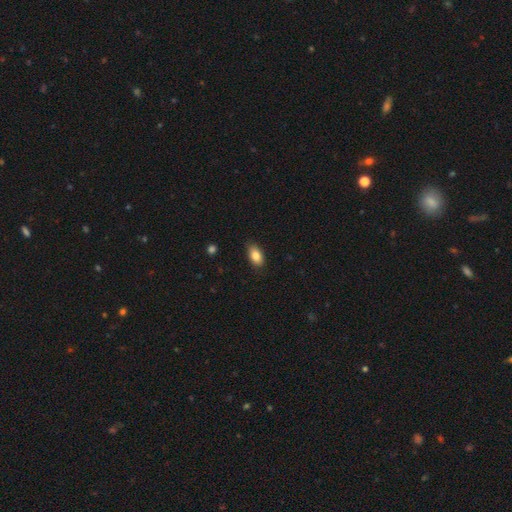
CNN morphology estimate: Smooth or featured?
  - smooth: 84% *
  - featured or disk: 8%
  - star or artifact: 8%
How rounded?
  - in between: 90% *
  - round: 7%
  - cigar-shaped: 3%
Merging?
  - none: 85% *
  - minor disturbance: 12%
  - major disturbance: 2%
  - merger: 1%